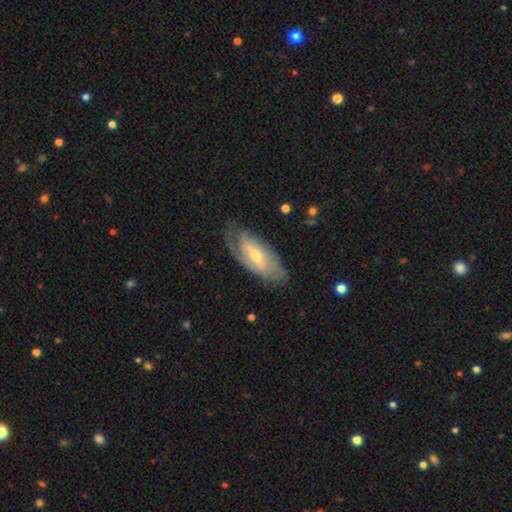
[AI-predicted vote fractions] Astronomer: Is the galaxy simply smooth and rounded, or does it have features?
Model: featured or disk — 69%.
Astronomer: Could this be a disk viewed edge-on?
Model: no — 88%.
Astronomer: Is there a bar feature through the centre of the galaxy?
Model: no — 49% (runner-up: weak, 38%).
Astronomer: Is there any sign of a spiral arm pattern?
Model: yes — 85%.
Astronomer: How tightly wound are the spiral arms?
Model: tight — 52% (runner-up: medium, 34%).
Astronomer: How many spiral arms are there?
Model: can't tell — 37%, tied with 2 at 37%.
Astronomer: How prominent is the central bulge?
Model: small — 51% (runner-up: moderate, 45%).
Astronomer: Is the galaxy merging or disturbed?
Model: none — 65%.